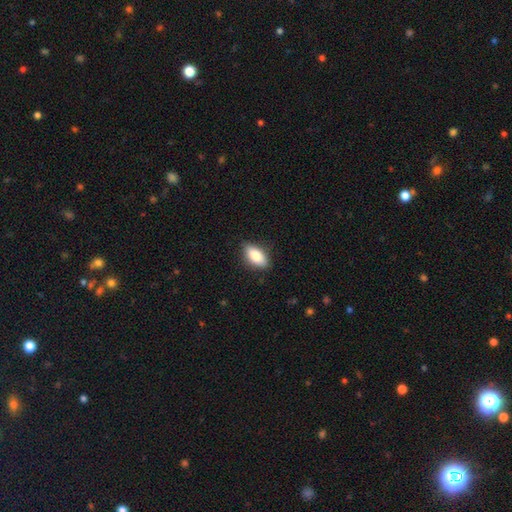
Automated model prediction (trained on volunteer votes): smooth_or_featured: smooth (p=0.83) [alt: featured or disk p=0.11]
how_rounded: in between (p=0.89) [alt: cigar-shaped p=0.08]
merging: none (p=0.85) [alt: minor disturbance p=0.12]